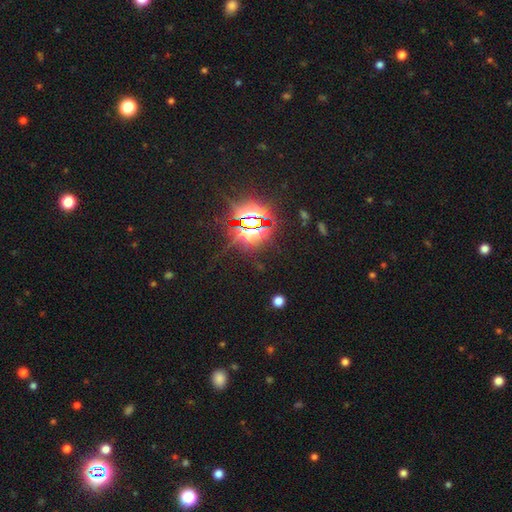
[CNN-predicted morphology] A star or artifact, not a galaxy (84%).